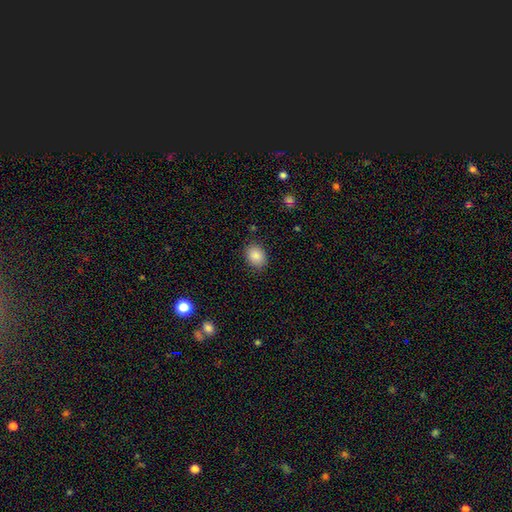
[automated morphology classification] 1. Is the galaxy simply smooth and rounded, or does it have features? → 87% smooth, 8% star or artifact, 5% featured or disk.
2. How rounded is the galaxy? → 61% in between, 38% round, 1% cigar-shaped.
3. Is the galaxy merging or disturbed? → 84% none, 12% minor disturbance, 3% major disturbance, 1% merger.